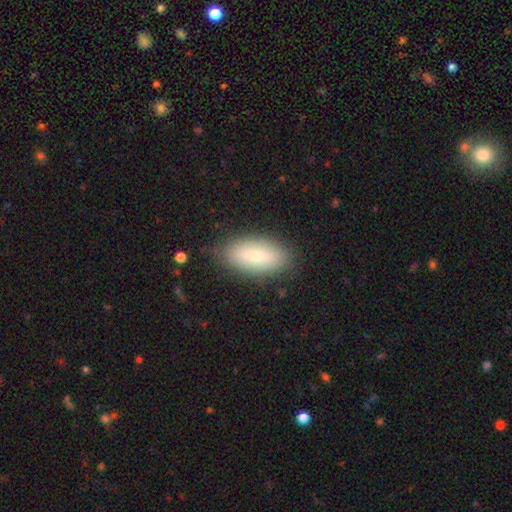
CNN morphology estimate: This appears to be a smooth galaxy with no disk features (72%) that is in between round and cigar-shaped (88%). Merging: none (84%).